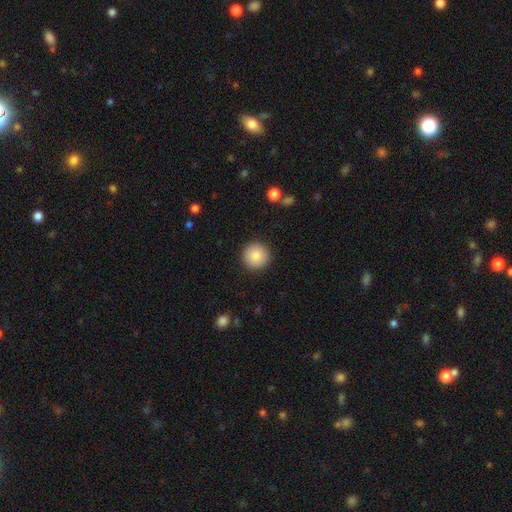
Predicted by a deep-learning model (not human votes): Smooth or featured: smooth — 84% (star or artifact — 8%)
How rounded: round — 96% (in between — 3%)
Merging: none — 92% (minor disturbance — 5%)